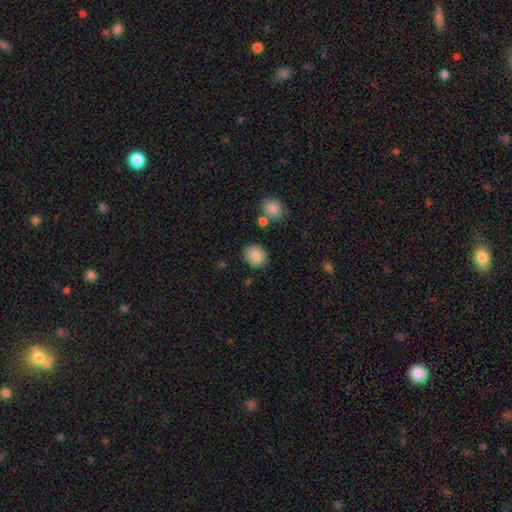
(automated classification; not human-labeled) Smooth or featured? smooth (87%)
How rounded? round (59%)
Merging? none (80%)